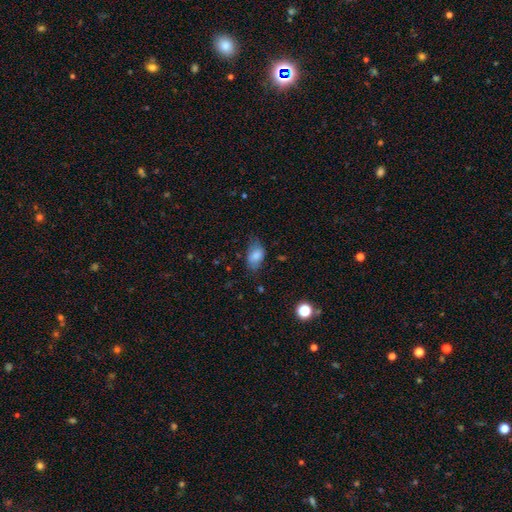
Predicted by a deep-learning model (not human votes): Smooth or featured: smooth — 80% (featured or disk — 12%)
How rounded: in between — 88% (round — 10%)
Merging: none — 60% (minor disturbance — 29%)